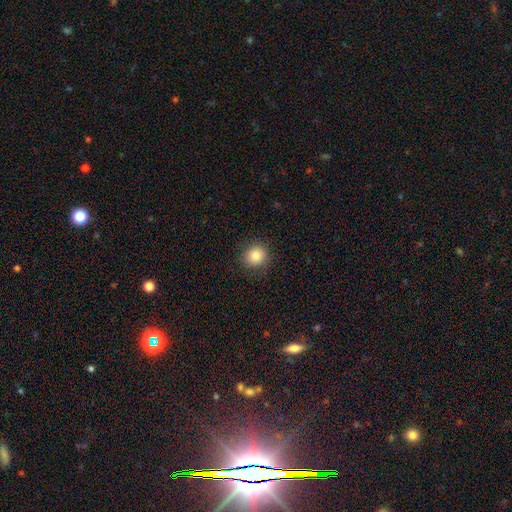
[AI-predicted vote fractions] Morphology: type=smooth (83%); roundness=round (87%); merging=none (87%).